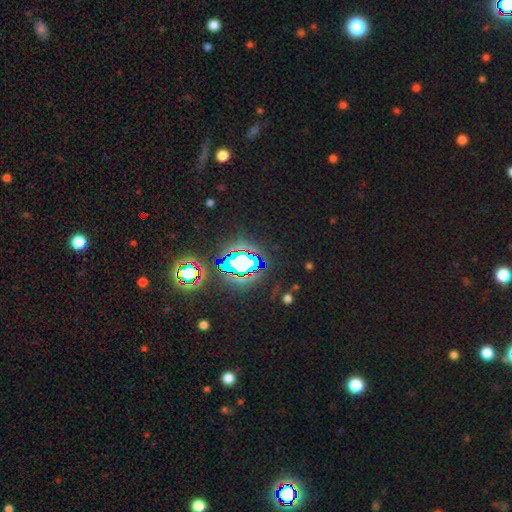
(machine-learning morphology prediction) Smooth or featured?
  - star or artifact: 79% *
  - smooth: 13%
  - featured or disk: 8%